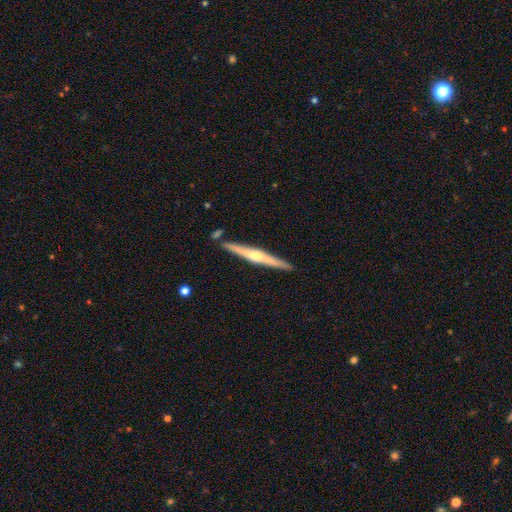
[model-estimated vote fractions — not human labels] A featured or disk galaxy (72%) viewed edge-on (98%) with a rounded central bulge (82%). Merging: none (88%).